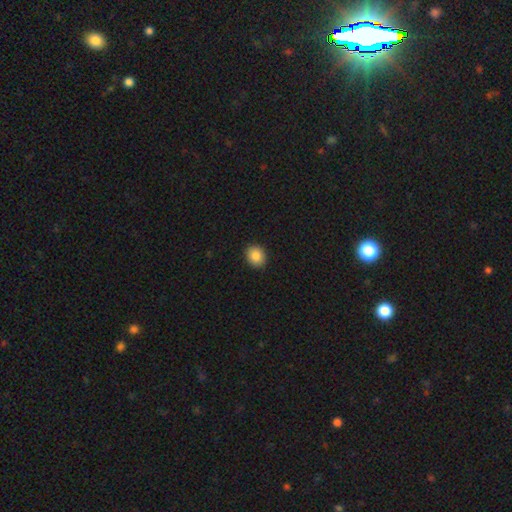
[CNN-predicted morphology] A smooth galaxy with no disk features (87%) that is round (64%). Merging: none (92%).